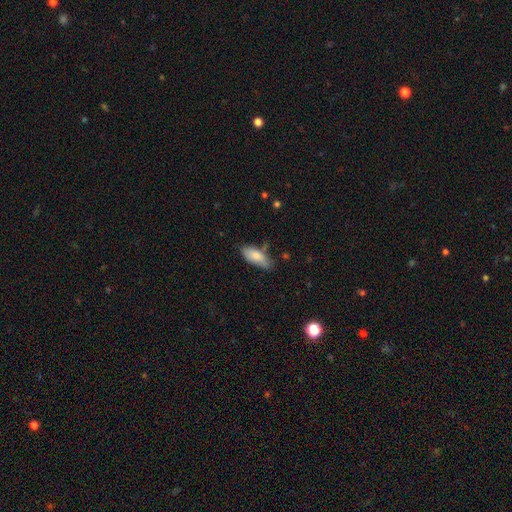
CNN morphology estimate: This appears to be a smooth galaxy with no disk features (81%) that is in between round and cigar-shaped (79%). Merging: none (61%).